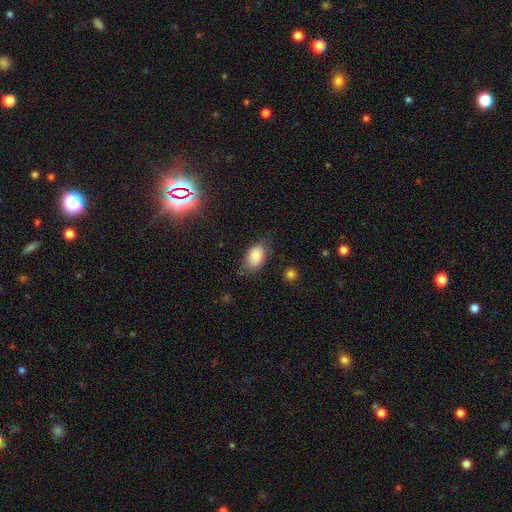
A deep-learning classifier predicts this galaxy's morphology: A smooth galaxy with no disk features (80%) that is in between round and cigar-shaped (89%).

Vote fractions:
- Smooth or featured? smooth: 80% / featured or disk: 12% / star or artifact: 8%
- How rounded? in between: 89% / round: 9% / cigar-shaped: 2%
- Merging? none: 68% / minor disturbance: 23% / major disturbance: 6% / merger: 2%